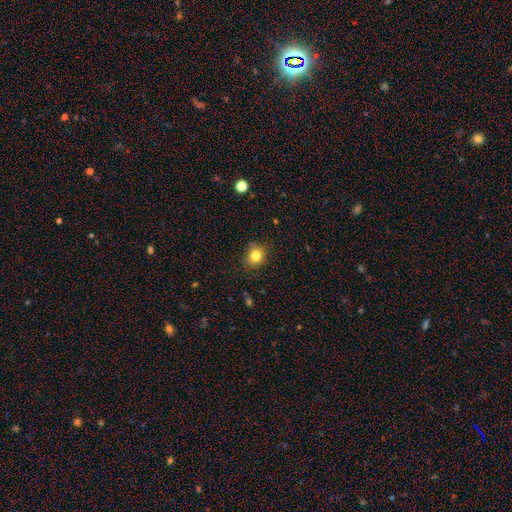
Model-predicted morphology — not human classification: Smooth or featured: smooth — 81% (star or artifact — 12%)
How rounded: round — 72% (in between — 27%)
Merging: none — 79% (minor disturbance — 15%)